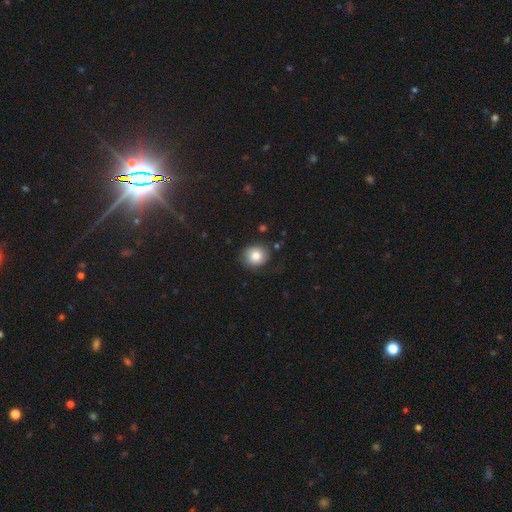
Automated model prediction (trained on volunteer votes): Smooth or featured? smooth (79%)
How rounded? round (73%)
Merging? none (76%)